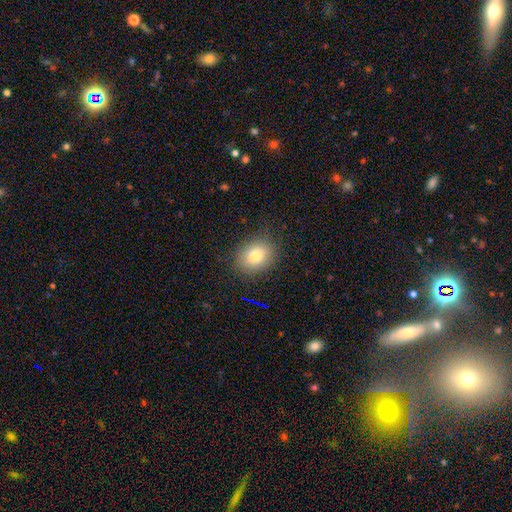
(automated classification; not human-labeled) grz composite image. It shows a smooth galaxy with no disk features (79%) that is round (51%). Merging: none (86%).